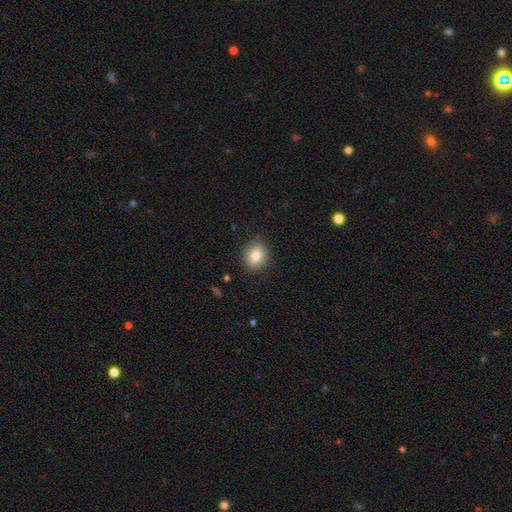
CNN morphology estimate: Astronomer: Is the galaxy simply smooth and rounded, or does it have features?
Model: smooth — 77%.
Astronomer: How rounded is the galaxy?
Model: round — 65%.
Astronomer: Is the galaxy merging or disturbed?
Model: none — 87%.